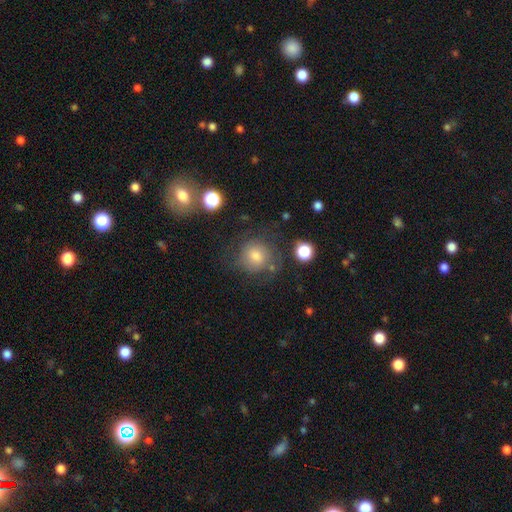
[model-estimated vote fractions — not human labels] Smooth or featured? Predicted: smooth (p=0.62). How rounded? Predicted: round (p=0.88). Merging? Predicted: none (p=0.67).